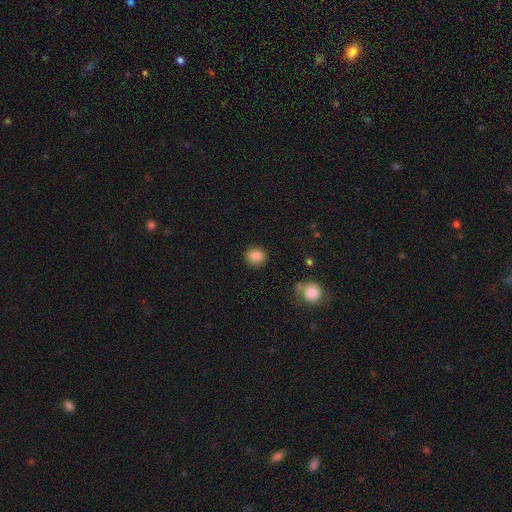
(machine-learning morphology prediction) smooth-or-featured: smooth: 86% | star or artifact: 10% | featured or disk: 5%
  how-rounded: round: 75% | in between: 24% | cigar-shaped: 1%
  merging: none: 87% | minor disturbance: 9% | major disturbance: 3% | merger: 2%